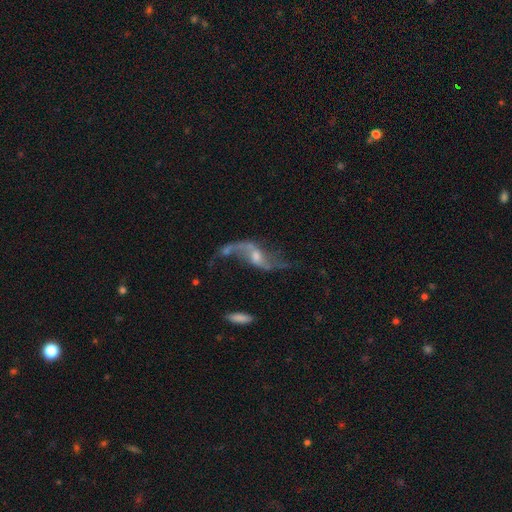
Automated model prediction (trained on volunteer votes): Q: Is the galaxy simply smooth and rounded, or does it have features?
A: featured or disk — 84%.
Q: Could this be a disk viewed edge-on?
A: no — 91%.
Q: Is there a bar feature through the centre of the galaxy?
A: no — 43%.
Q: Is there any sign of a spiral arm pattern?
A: yes — 91%.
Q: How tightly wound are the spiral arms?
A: loose — 92%.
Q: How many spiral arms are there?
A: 2 — 88%.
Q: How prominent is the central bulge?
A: small — 48%.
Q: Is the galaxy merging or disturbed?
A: none — 52%.